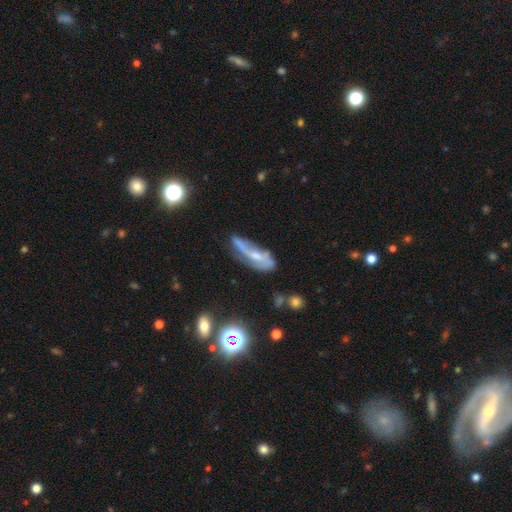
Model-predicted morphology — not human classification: Overall: featured or disk (62%; smooth 27%). Edge-on disk: no (78%). Merging: none (40%; minor disturbance 30%).